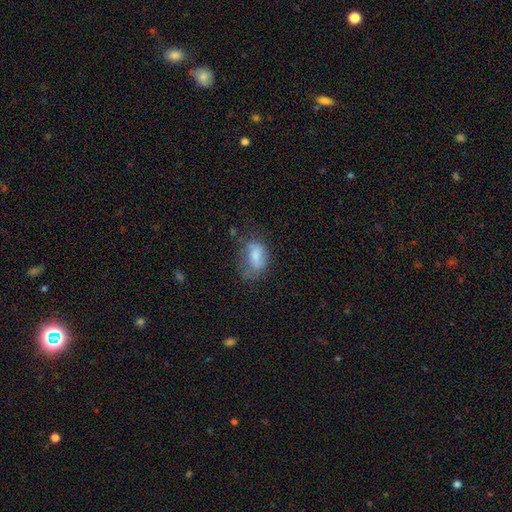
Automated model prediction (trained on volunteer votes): Morphology: type=smooth (66%); roundness=in between (82%); merging=none (40%).